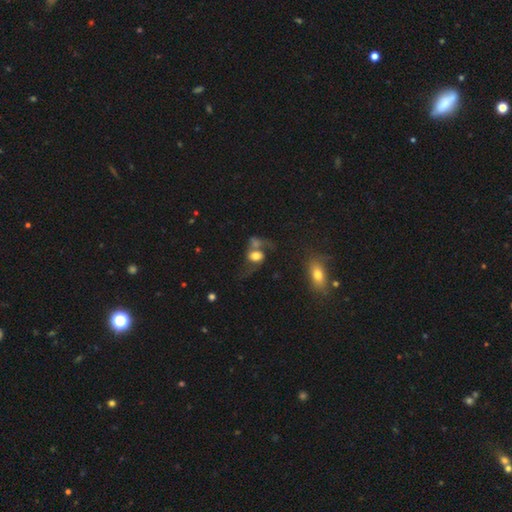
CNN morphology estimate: The model was most divided on "smooth or featured": featured or disk: 45%, smooth: 43%, star or artifact: 12%. Remaining: merging — merger (39%).